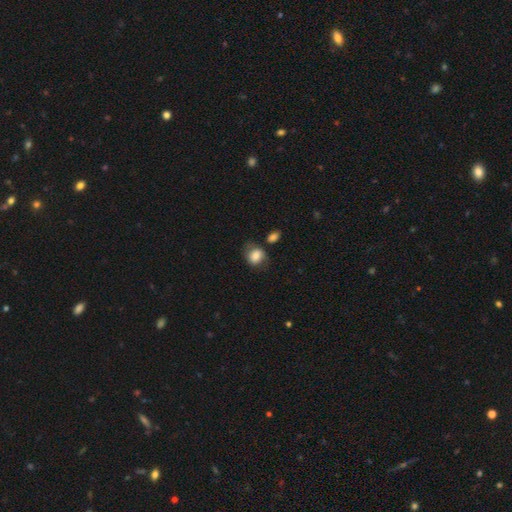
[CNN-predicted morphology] A smooth galaxy with no disk features (78%) that is round (51%).

Vote fractions:
- Smooth or featured? smooth: 78% / featured or disk: 13% / star or artifact: 8%
- How rounded? round: 51% / in between: 48% / cigar-shaped: 1%
- Merging? none: 58% / minor disturbance: 24% / major disturbance: 10% / merger: 9%